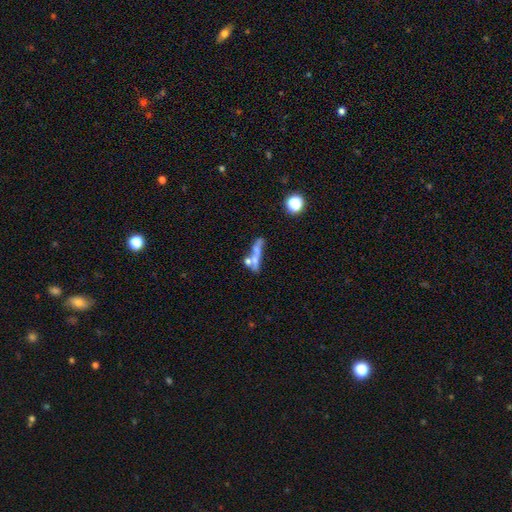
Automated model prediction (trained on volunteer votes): Smooth or featured?
  - featured or disk: 43% *
  - smooth: 42%
  - star or artifact: 14%
Merging?
  - merger: 40% *
  - none: 33%
  - major disturbance: 14%
  - minor disturbance: 13%